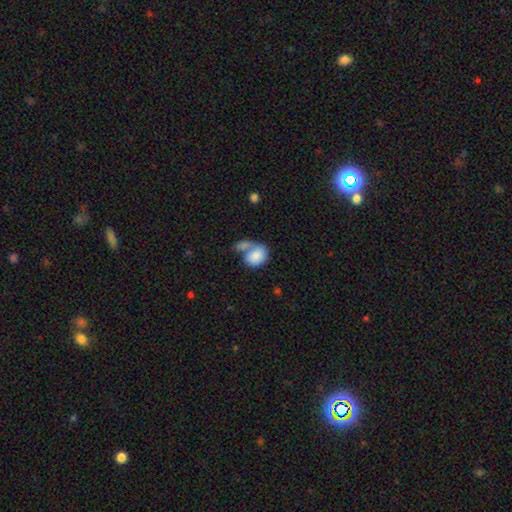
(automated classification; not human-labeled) smooth_or_featured: smooth (p=0.80) [alt: featured or disk p=0.13]
how_rounded: in between (p=0.54) [alt: round p=0.45]
merging: merger (p=0.53) [alt: none p=0.25]